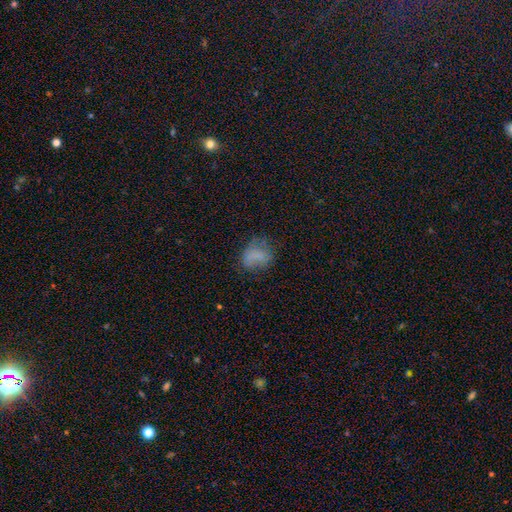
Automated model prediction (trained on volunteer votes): This is likely a smooth galaxy (69%). How rounded: possibly in between (58%). Merging: possibly none (51%).